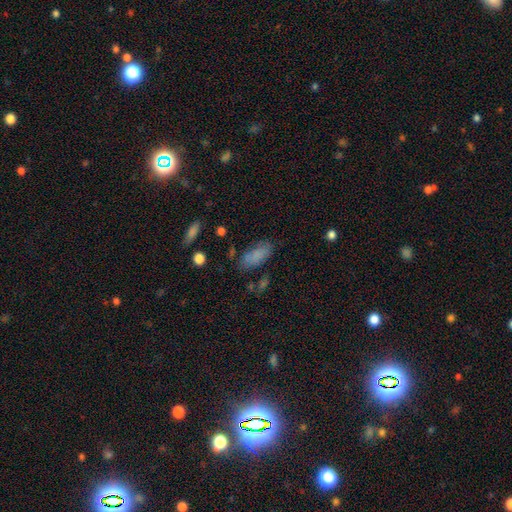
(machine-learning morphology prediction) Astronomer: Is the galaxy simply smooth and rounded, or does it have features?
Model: smooth — 80%.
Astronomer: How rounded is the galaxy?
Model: in between — 82%.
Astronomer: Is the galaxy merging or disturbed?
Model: none — 69%.